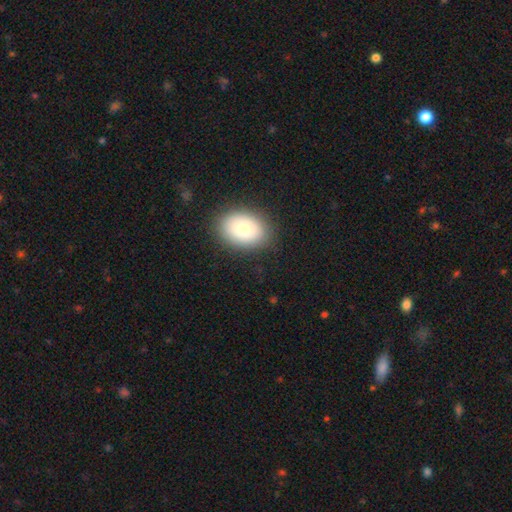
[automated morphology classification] A smooth galaxy with no disk features (80%) that is in between round and cigar-shaped (81%). Merging: none (89%).